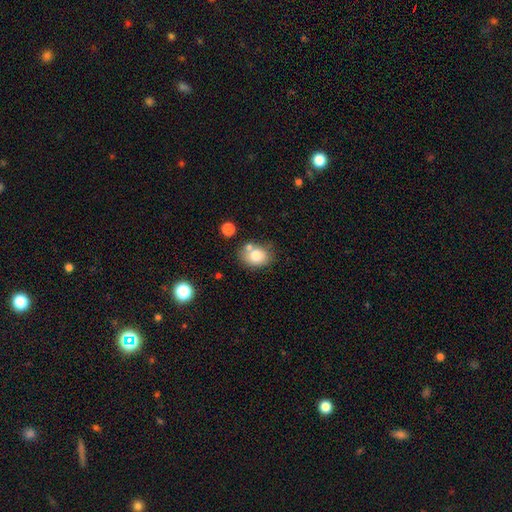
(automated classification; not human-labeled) Smooth or featured?
  - smooth: 77% *
  - featured or disk: 13%
  - star or artifact: 10%
How rounded?
  - in between: 56% *
  - round: 43%
  - cigar-shaped: 1%
Merging?
  - none: 60% *
  - merger: 19%
  - minor disturbance: 17%
  - major disturbance: 5%